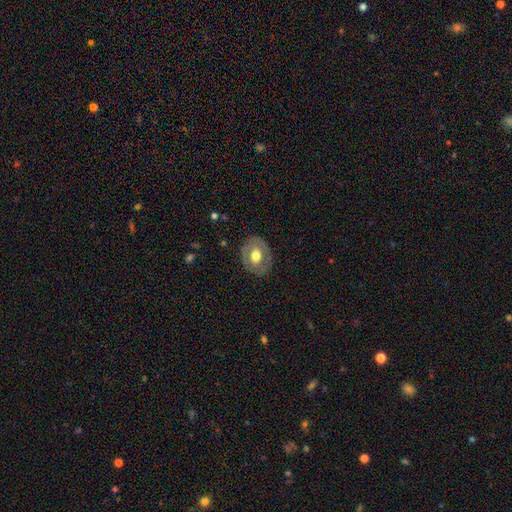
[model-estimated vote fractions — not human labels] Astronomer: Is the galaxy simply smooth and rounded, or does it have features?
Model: smooth — 48% (runner-up: featured or disk, 46%).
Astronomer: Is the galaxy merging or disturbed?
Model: none — 79%.